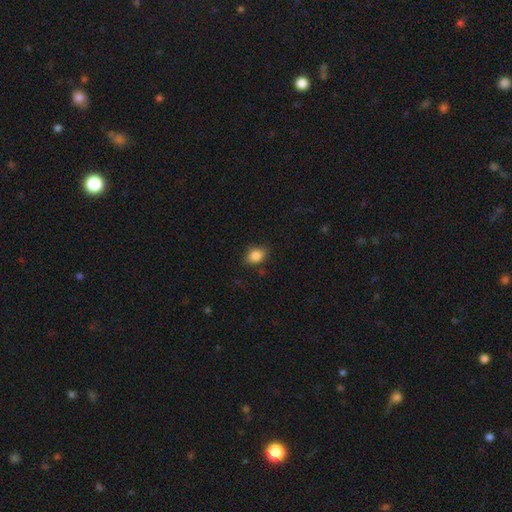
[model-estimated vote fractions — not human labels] smooth 86%, star or artifact 9%, featured or disk 5%. Down the decision tree: how rounded — in between (70%); merging — none (81%).